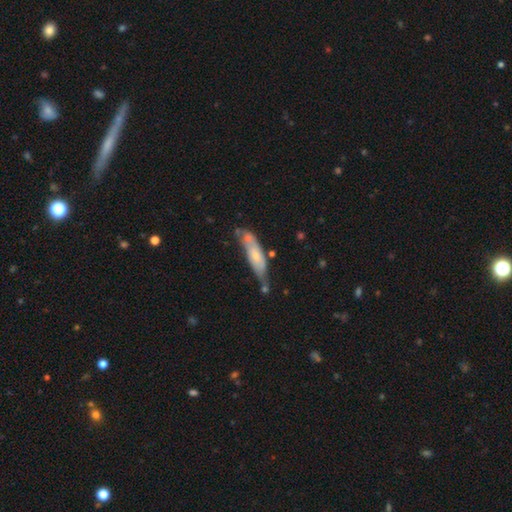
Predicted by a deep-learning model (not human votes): This appears to be a smooth galaxy with no disk features (58%) that is cigar-shaped (68%). Merging: none (44%).